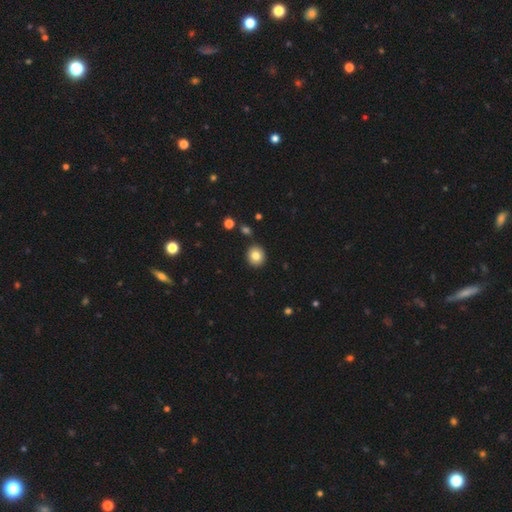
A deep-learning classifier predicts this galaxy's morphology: A smooth galaxy with no disk features (82%) that is round (86%). Merging: none (90%).